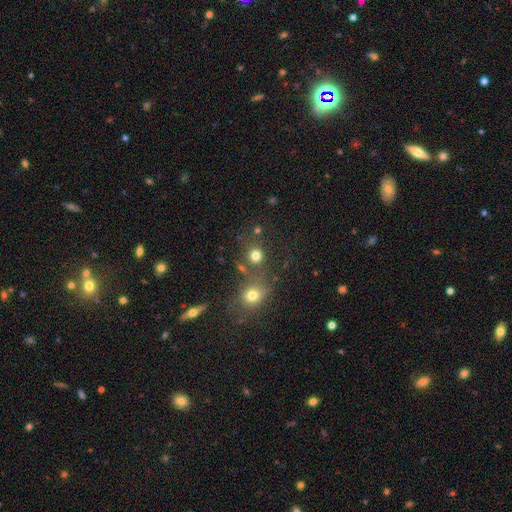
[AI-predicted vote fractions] Q: Smooth or featured?
A: smooth (76%); runner-up: star or artifact (17%)
Q: How rounded?
A: round (87%); runner-up: in between (12%)
Q: Merging?
A: none (65%); runner-up: merger (21%)